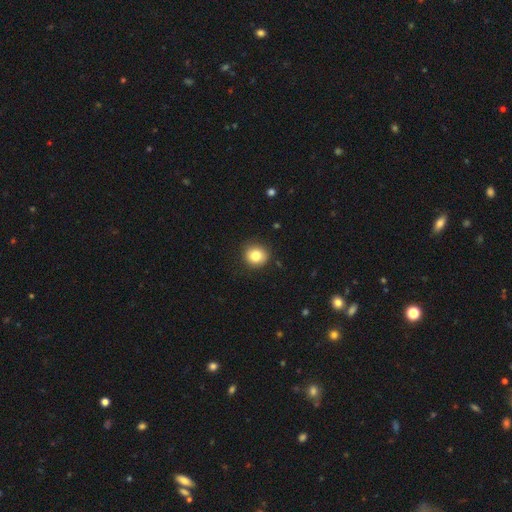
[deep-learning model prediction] smooth 82%, star or artifact 10%, featured or disk 8%. Down the decision tree: how rounded — round (87%); merging — none (88%).